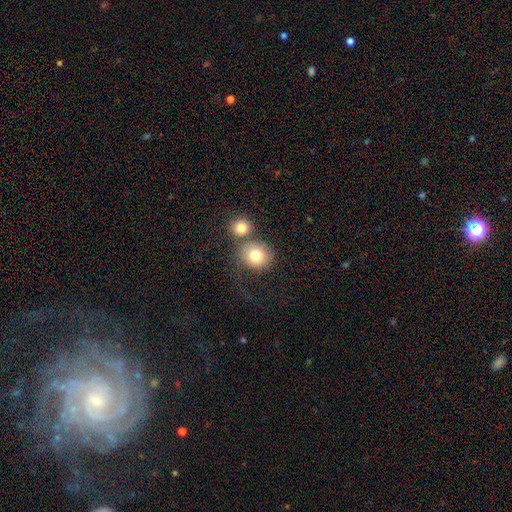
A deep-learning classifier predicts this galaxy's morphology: Smooth or featured: smooth — 78% (featured or disk — 12%)
How rounded: round — 78% (in between — 21%)
Merging: none — 50% (merger — 31%)